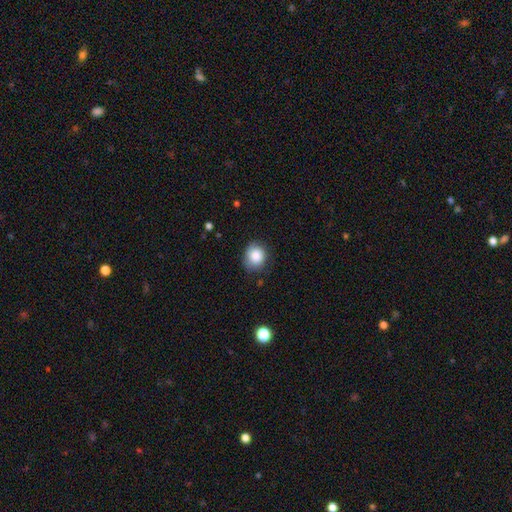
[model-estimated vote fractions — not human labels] smooth-or-featured: smooth: 85% | star or artifact: 8% | featured or disk: 7%
  how-rounded: round: 72% | in between: 27% | cigar-shaped: 1%
  merging: none: 74% | minor disturbance: 21% | major disturbance: 4% | merger: 1%